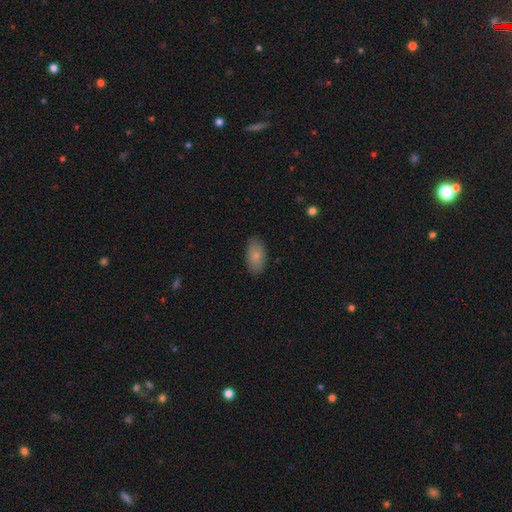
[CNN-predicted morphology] Smooth or featured: smooth — 82% (featured or disk — 11%)
How rounded: in between — 93% (round — 4%)
Merging: none — 86% (minor disturbance — 11%)